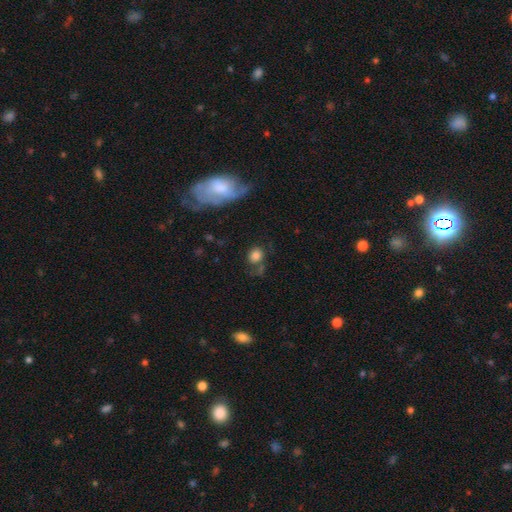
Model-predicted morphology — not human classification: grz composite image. It shows a smooth galaxy with no disk features (78%) that is round (70%). Merging: none (58%).